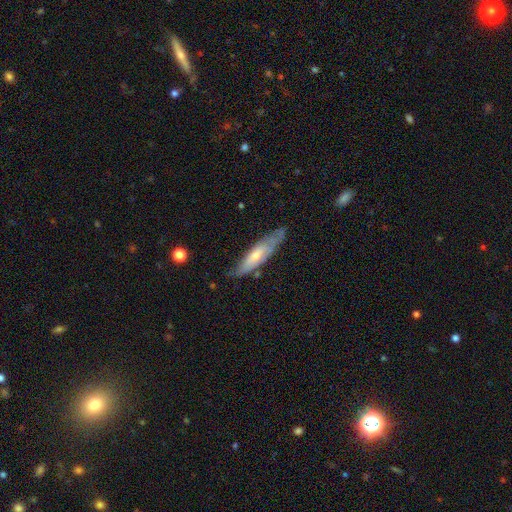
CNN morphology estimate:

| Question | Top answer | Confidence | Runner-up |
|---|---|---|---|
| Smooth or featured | featured or disk | 53% | smooth (41%) |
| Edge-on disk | yes | 51% | no (49%) |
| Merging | none | 65% | minor disturbance (26%) |